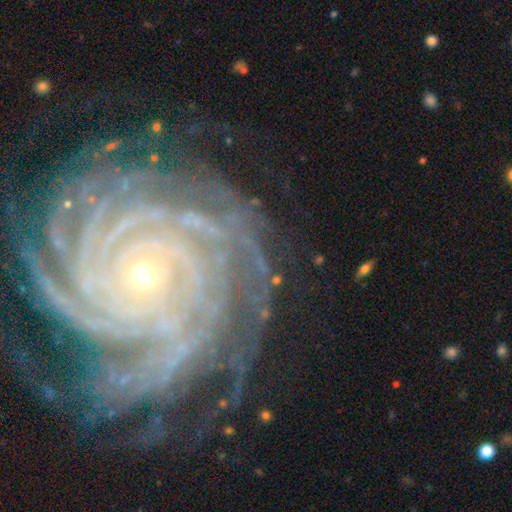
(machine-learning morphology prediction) This appears to be a featured or disk galaxy (90%) with no bar (72%), more than 4 (39%) tight (86%) spiral arms (99%) and a small central bulge (82%). Merging: none (76%).